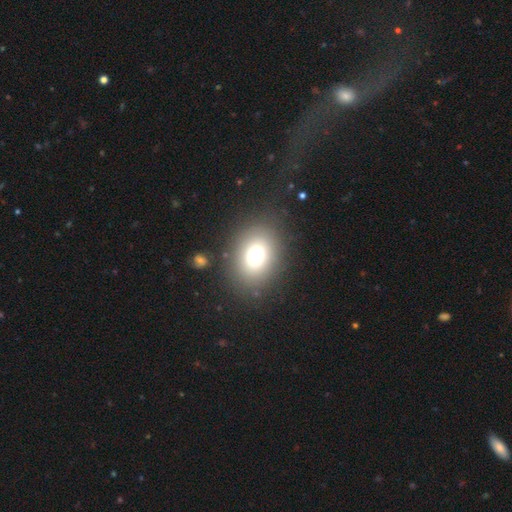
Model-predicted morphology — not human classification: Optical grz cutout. It shows a smooth galaxy with no disk features (71%) that is in between round and cigar-shaped (52%). Merging: none (83%).